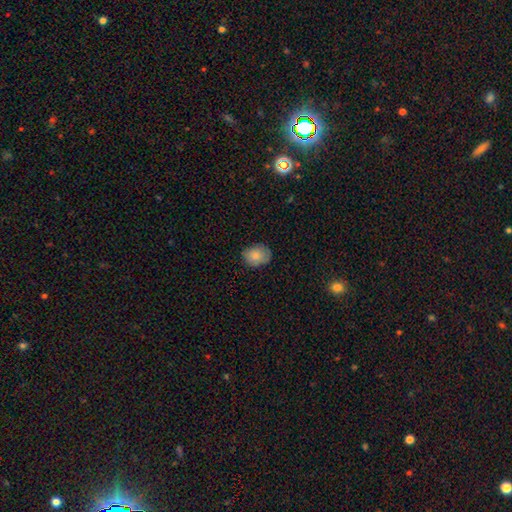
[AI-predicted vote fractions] Smooth or featured?
  - smooth: 83% *
  - featured or disk: 9%
  - star or artifact: 8%
How rounded?
  - in between: 55% *
  - round: 44%
  - cigar-shaped: 1%
Merging?
  - none: 72% *
  - minor disturbance: 22%
  - major disturbance: 4%
  - merger: 1%